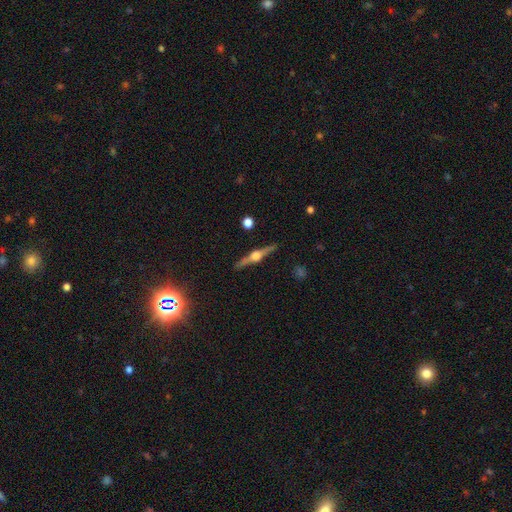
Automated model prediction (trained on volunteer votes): This appears to be a featured or disk galaxy (83%) viewed edge-on (98%) with a rounded central bulge (94%). Merging: none (90%).